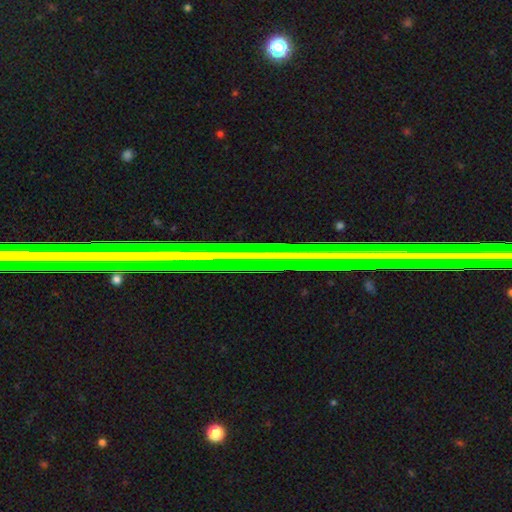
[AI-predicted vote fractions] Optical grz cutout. It shows a star or artifact, not a galaxy (72%).